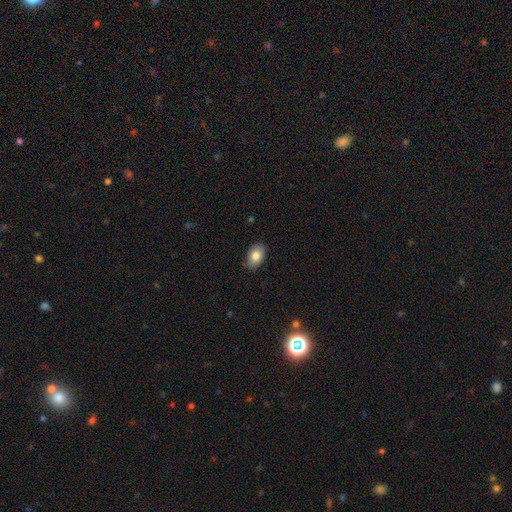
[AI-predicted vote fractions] A smooth galaxy with no disk features (83%) that is in between round and cigar-shaped (88%).

Vote fractions:
- Smooth or featured? smooth: 83% / featured or disk: 10% / star or artifact: 7%
- How rounded? in between: 88% / round: 11% / cigar-shaped: 1%
- Merging? none: 87% / minor disturbance: 10% / major disturbance: 2% / merger: 1%